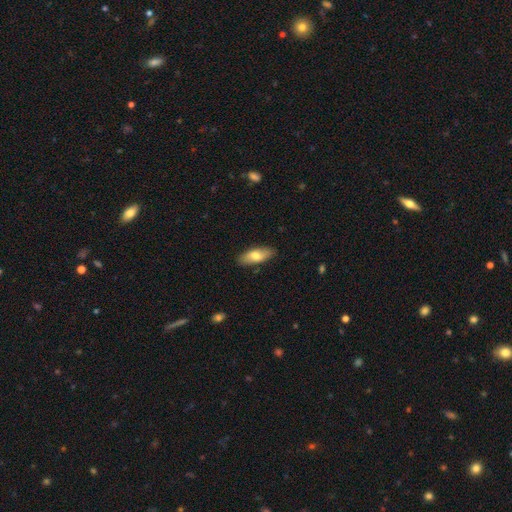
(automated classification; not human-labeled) A smooth galaxy with no disk features (73%) that is in between round and cigar-shaped (78%). Merging: none (87%).